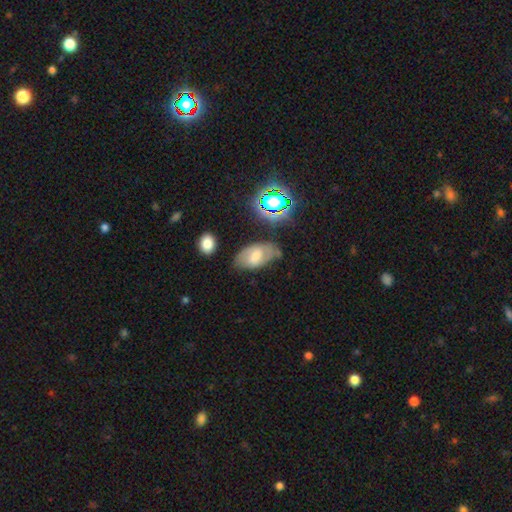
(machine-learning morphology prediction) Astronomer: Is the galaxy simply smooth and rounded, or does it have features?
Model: smooth — 44% (runner-up: featured or disk, 43%).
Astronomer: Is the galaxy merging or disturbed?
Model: none — 64%.